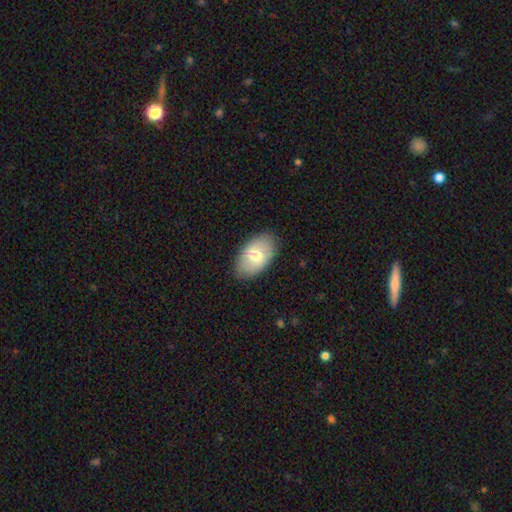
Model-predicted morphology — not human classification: smooth-or-featured: smooth: 71% | featured or disk: 23% | star or artifact: 6%
  how-rounded: in between: 93% | round: 5% | cigar-shaped: 1%
  merging: none: 83% | minor disturbance: 13% | major disturbance: 3% | merger: 1%